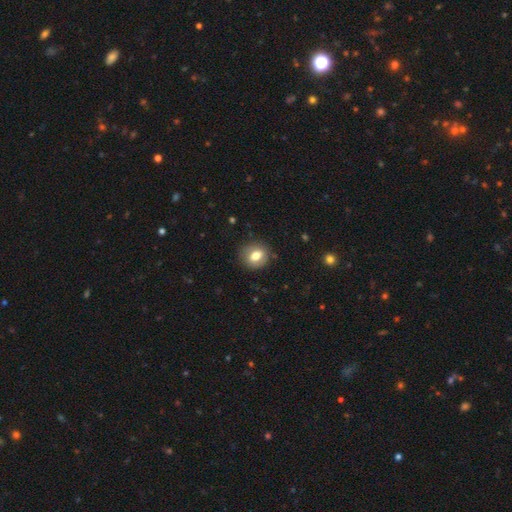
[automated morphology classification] type=smooth (74%); roundness=round (68%); merging=none (86%).